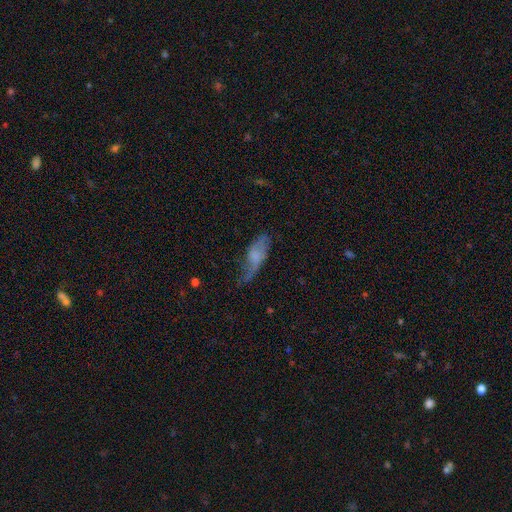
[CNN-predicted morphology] Overall: smooth (50%; featured or disk 42%). Merging: none (38%; minor disturbance 34%).